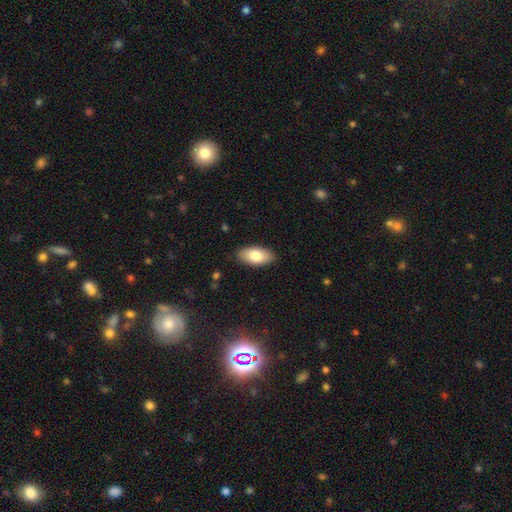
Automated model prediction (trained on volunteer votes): Smooth or featured?
  - smooth: 79% *
  - featured or disk: 15%
  - star or artifact: 6%
How rounded?
  - in between: 93% *
  - cigar-shaped: 5%
  - round: 3%
Merging?
  - none: 88% *
  - minor disturbance: 9%
  - major disturbance: 2%
  - merger: 1%